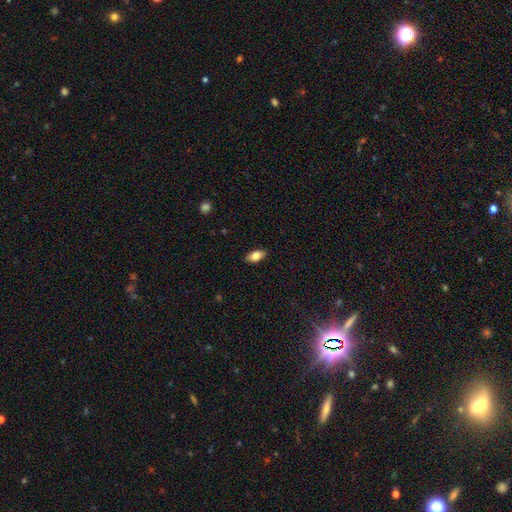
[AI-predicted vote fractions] smooth 79%, featured or disk 14%, star or artifact 7%. Down the decision tree: how rounded — in between (89%); merging — none (88%).